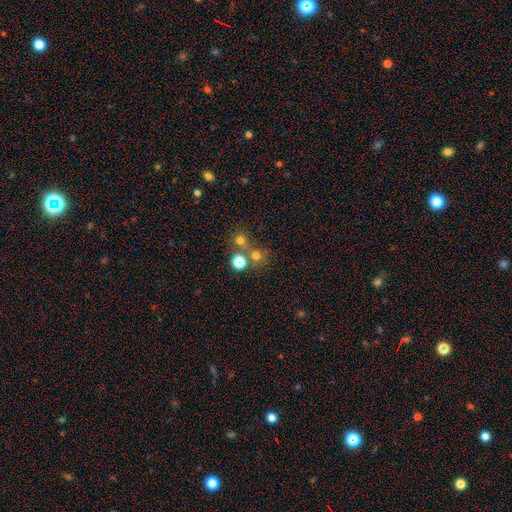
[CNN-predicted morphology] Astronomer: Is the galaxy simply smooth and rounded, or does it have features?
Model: smooth — 63%.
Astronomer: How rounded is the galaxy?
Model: round — 88%.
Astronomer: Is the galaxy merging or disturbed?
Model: none — 59%.